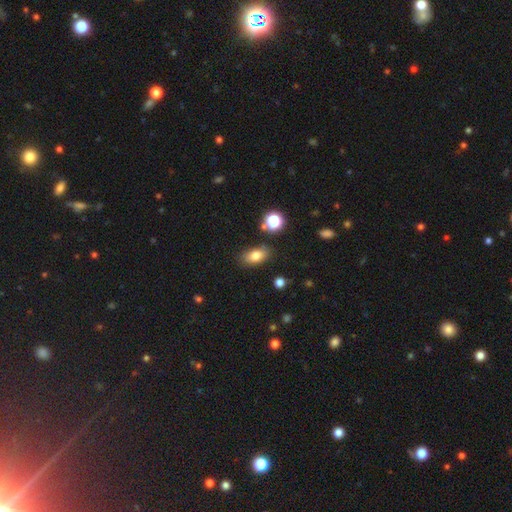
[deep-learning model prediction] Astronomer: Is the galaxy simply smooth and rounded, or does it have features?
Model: smooth — 78%.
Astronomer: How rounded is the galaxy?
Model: in between — 84%.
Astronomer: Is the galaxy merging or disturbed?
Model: none — 82%.